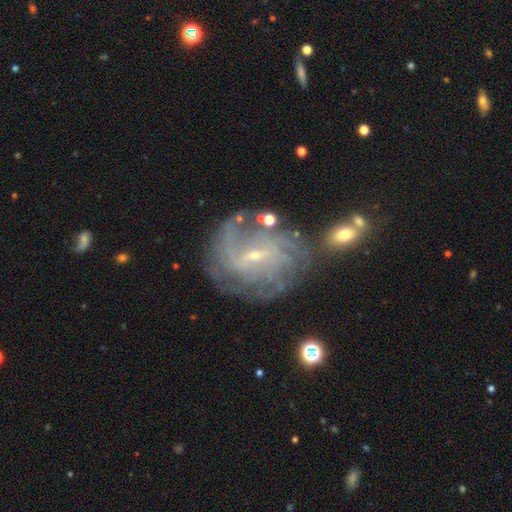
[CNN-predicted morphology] smooth-or-featured: featured or disk: 84% | star or artifact: 8% | smooth: 8%
  disk-edge-on: no: 97% | yes: 3%
    bar: weak: 53% | no: 25% | strong: 22%
    has-spiral-arms: yes: 93% | no: 7%
      spiral-winding: tight: 54% | medium: 34% | loose: 12%
      spiral-arm-count: can't tell: 38% | 4: 17% | 2: 14% | 3: 14% | more than 4: 10% | 1: 6%
    bulge-size: small: 81% | moderate: 14% | none: 3% | large: 1% | dominant: 1%
  merging: none: 65% | minor disturbance: 18% | major disturbance: 11% | merger: 6%